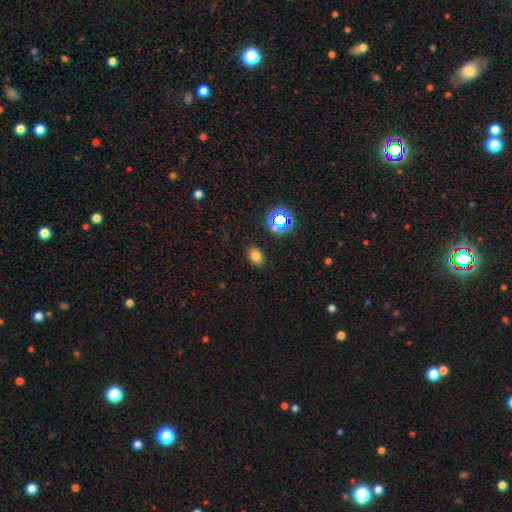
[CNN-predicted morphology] A smooth galaxy with no disk features (74%) that is in between round and cigar-shaped (72%). Merging: none (86%).